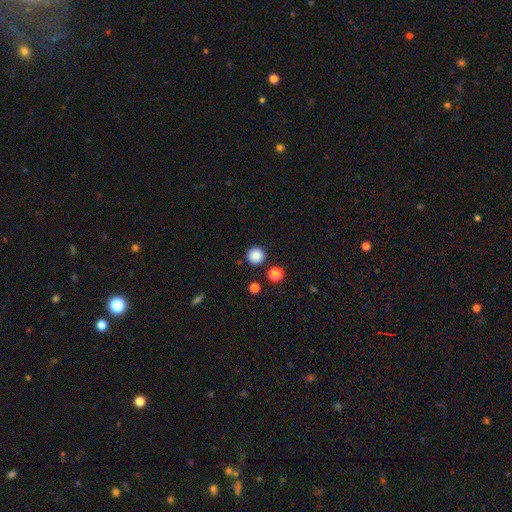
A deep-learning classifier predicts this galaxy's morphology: Smooth or featured?
  - smooth: 87% *
  - star or artifact: 10%
  - featured or disk: 3%
How rounded?
  - round: 95% *
  - in between: 4%
  - cigar-shaped: 1%
Merging?
  - none: 89% *
  - minor disturbance: 6%
  - merger: 3%
  - major disturbance: 2%